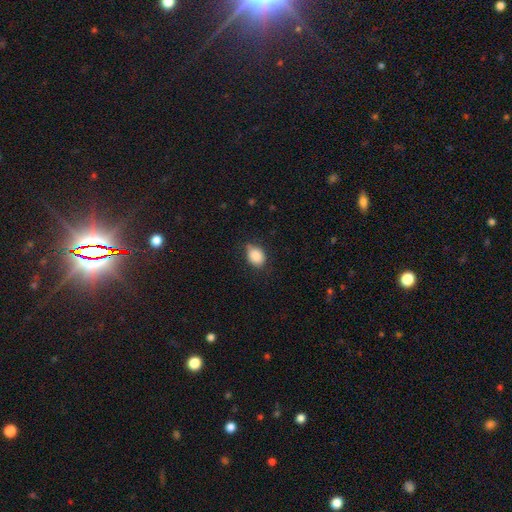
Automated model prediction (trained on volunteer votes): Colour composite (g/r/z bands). It shows a smooth galaxy with no disk features (88%) that is in between round and cigar-shaped (67%). Merging: none (73%).